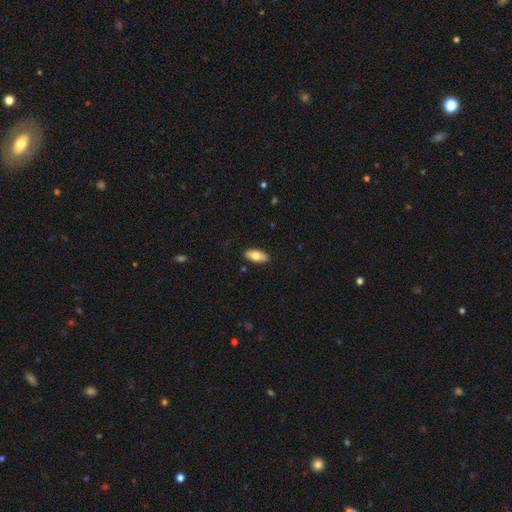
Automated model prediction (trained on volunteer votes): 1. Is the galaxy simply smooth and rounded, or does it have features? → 77% smooth, 17% featured or disk, 6% star or artifact.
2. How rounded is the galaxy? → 87% in between, 10% cigar-shaped, 2% round.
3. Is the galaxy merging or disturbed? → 88% none, 9% minor disturbance, 2% major disturbance, 1% merger.